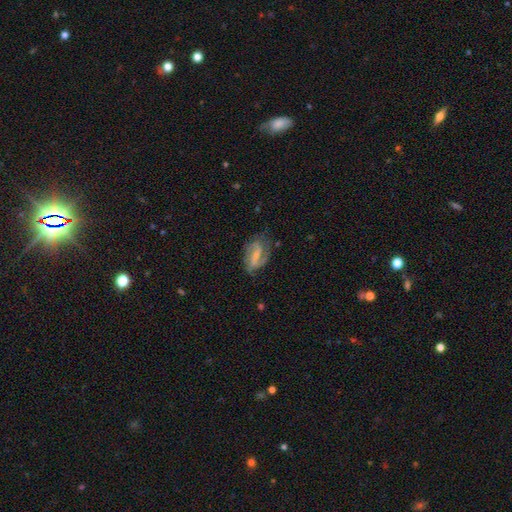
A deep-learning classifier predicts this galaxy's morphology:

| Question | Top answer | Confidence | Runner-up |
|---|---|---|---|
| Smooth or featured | featured or disk | 78% | smooth (16%) |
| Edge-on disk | no | 96% | yes (4%) |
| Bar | weak | 45% | strong (36%) |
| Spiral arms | yes | 92% | no (8%) |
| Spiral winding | medium | 46% | loose (31%) |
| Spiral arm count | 2 | 77% | 1 (10%) |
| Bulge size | small | 54% | moderate (25%) |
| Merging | none | 61% | minor disturbance (23%) |